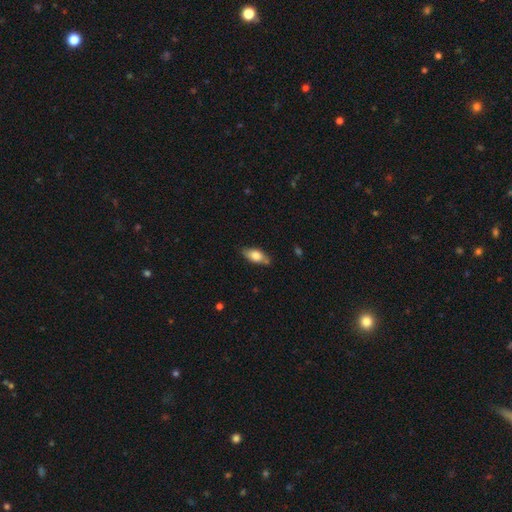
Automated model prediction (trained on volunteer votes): A smooth galaxy with no disk features (71%) that is in between round and cigar-shaped (83%). Merging: none (75%).